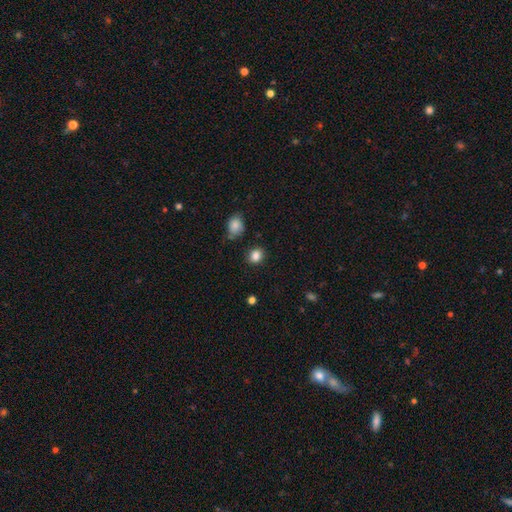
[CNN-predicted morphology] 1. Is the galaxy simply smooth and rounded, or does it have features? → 85% smooth, 10% star or artifact, 5% featured or disk.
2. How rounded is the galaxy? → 66% round, 33% in between, 1% cigar-shaped.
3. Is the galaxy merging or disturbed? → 84% none, 11% minor disturbance, 3% major disturbance, 2% merger.